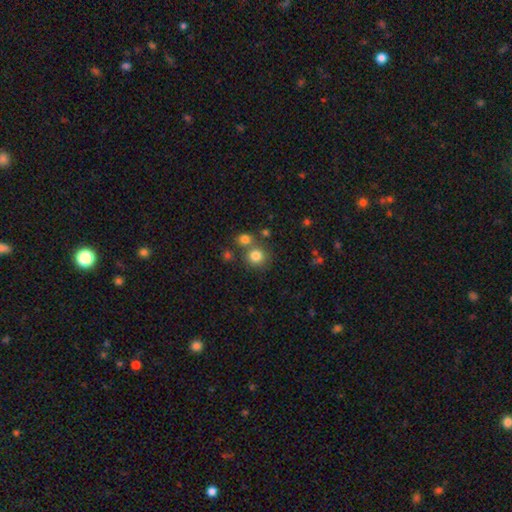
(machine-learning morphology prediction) type=smooth (80%); roundness=round (88%); merging=none (65%).